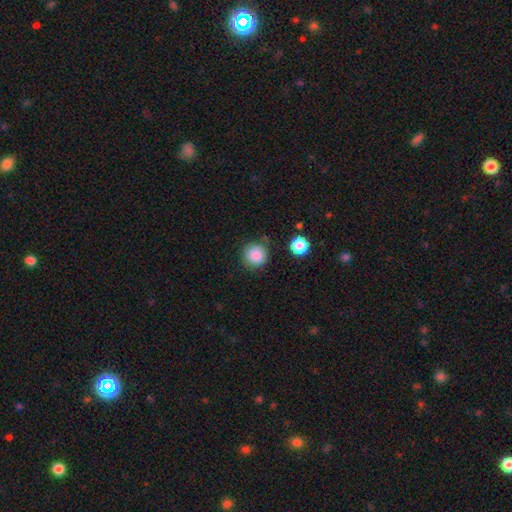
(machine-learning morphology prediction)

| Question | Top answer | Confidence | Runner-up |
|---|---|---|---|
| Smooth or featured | smooth | 87% | star or artifact (9%) |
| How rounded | round | 93% | in between (6%) |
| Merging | none | 81% | minor disturbance (11%) |